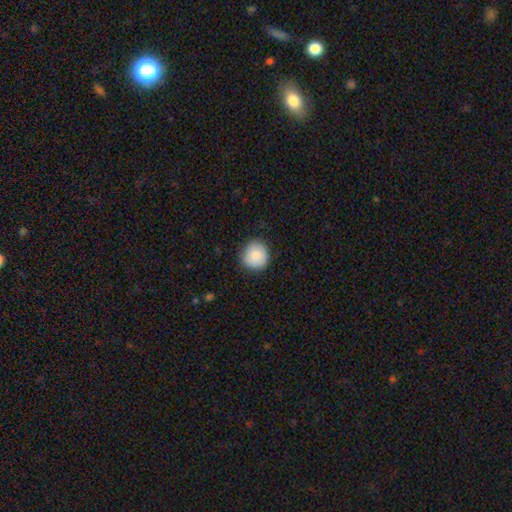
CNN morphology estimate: smooth-or-featured: smooth: 83% | featured or disk: 9% | star or artifact: 8%
  how-rounded: round: 92% | in between: 7% | cigar-shaped: 1%
  merging: none: 84% | minor disturbance: 12% | major disturbance: 2% | merger: 1%